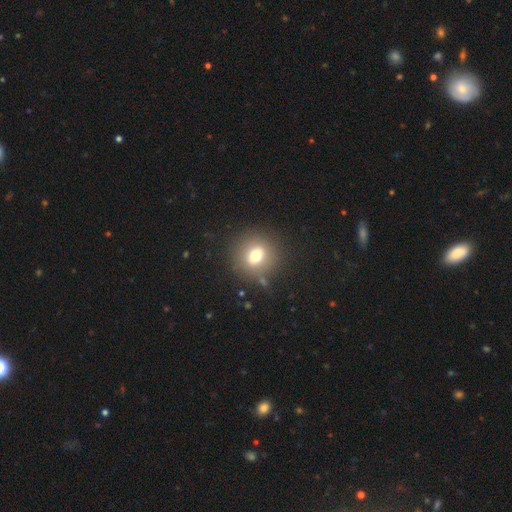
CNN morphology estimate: This is likely a smooth galaxy (72%). How rounded: likely round (80%). Merging: clearly none (83%).